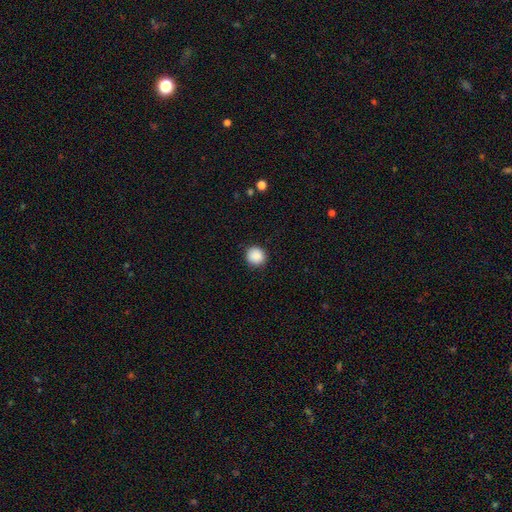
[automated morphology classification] smooth 89%, star or artifact 8%, featured or disk 3%. Down the decision tree: how rounded — round (91%); merging — none (91%).